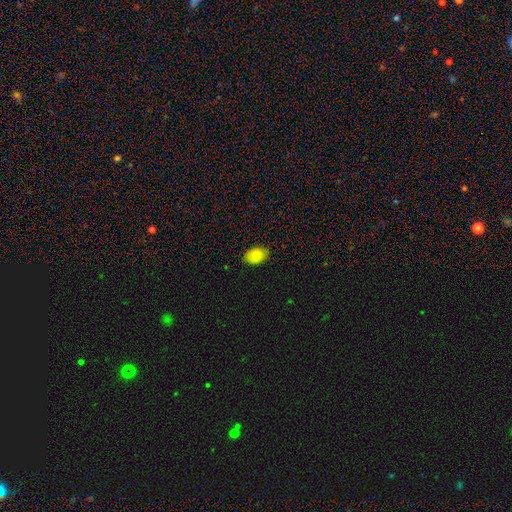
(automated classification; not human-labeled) Smooth or featured: smooth — 86% (star or artifact — 9%)
How rounded: in between — 87% (round — 12%)
Merging: none — 85% (minor disturbance — 12%)